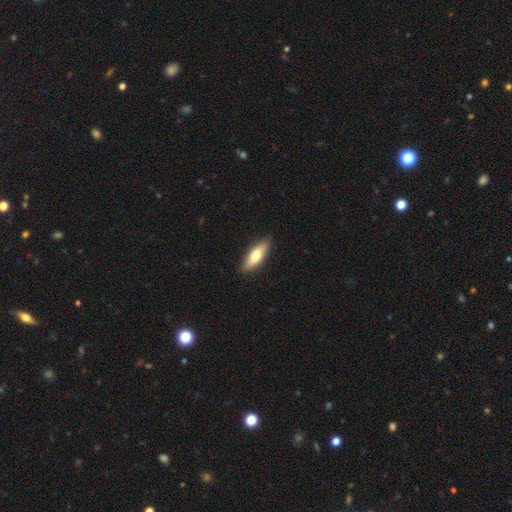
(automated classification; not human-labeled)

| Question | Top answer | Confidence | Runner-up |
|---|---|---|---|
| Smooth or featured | smooth | 69% | featured or disk (25%) |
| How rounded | in between | 58% | cigar-shaped (40%) |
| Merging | none | 87% | minor disturbance (11%) |